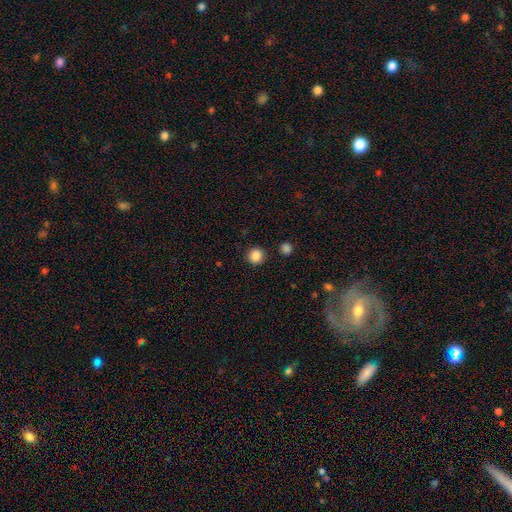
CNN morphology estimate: type=smooth (86%); roundness=round (94%); merging=none (91%).